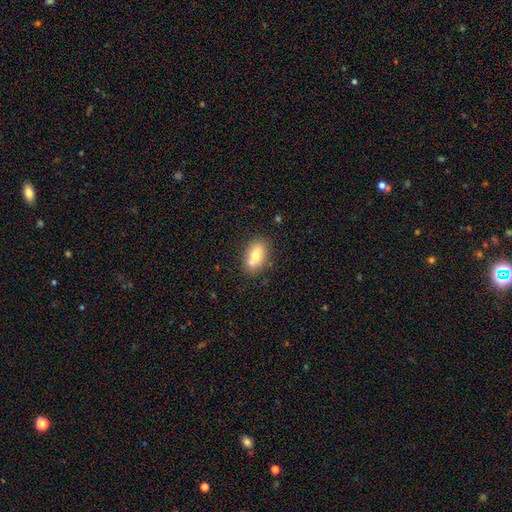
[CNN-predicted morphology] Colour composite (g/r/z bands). It shows a smooth galaxy with no disk features (73%) that is in between round and cigar-shaped (87%). Merging: none (64%).